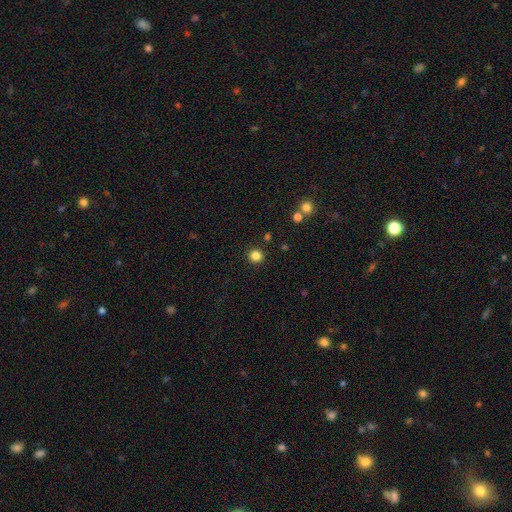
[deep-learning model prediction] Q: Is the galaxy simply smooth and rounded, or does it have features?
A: smooth — 84%.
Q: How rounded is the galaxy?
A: round — 94%.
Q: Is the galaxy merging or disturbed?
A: none — 92%.